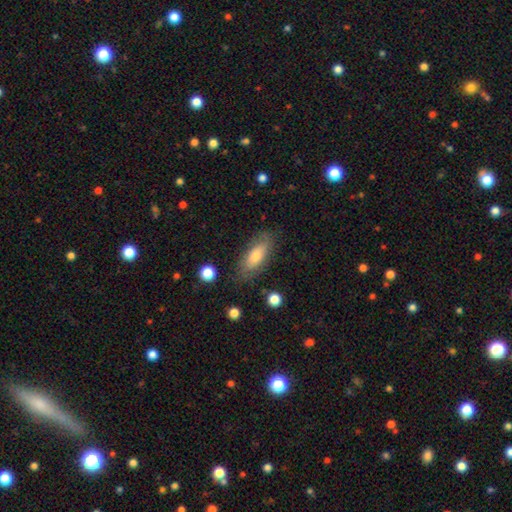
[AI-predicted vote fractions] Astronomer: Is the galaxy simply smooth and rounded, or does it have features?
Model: smooth — 69%.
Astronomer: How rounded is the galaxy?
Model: in between — 74%.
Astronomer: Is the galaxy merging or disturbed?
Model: none — 80%.